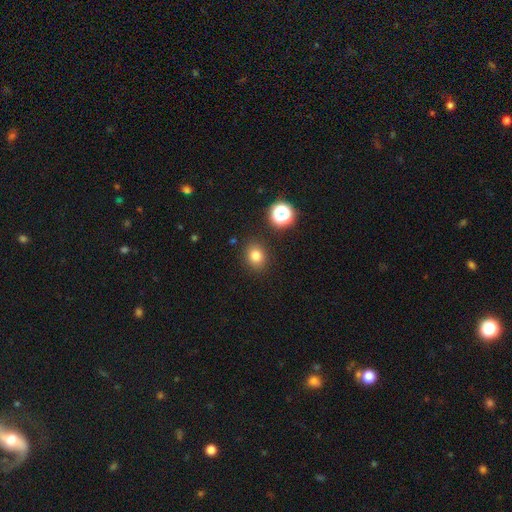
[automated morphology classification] Smooth or featured?
  - smooth: 79% *
  - star or artifact: 15%
  - featured or disk: 6%
How rounded?
  - round: 67% *
  - in between: 32%
  - cigar-shaped: 1%
Merging?
  - none: 87% *
  - minor disturbance: 8%
  - major disturbance: 3%
  - merger: 2%